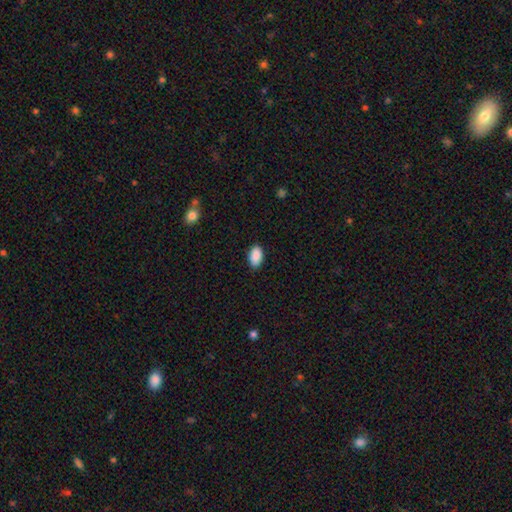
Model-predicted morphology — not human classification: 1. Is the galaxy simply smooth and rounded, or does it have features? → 90% smooth, 7% star or artifact, 3% featured or disk.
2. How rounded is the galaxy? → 93% in between, 5% round, 2% cigar-shaped.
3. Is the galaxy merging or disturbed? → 86% none, 10% minor disturbance, 2% major disturbance, 1% merger.